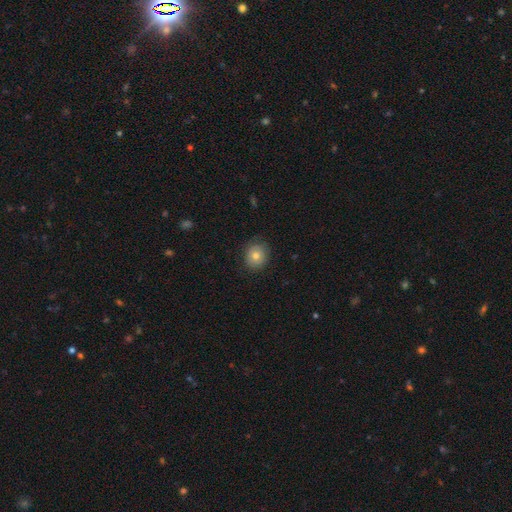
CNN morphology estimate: A smooth galaxy with no disk features (77%) that is round (80%). Merging: none (83%).